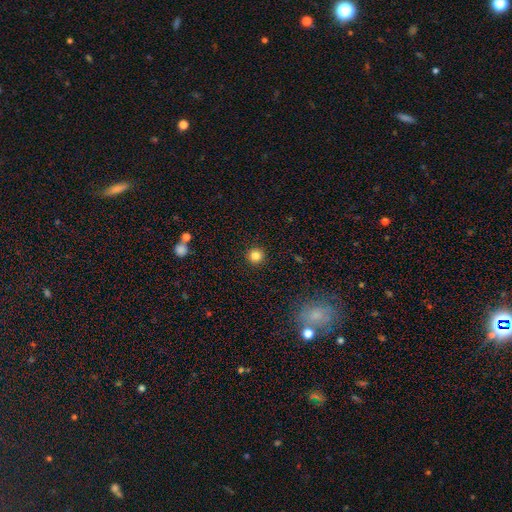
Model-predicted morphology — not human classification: This appears to be a smooth galaxy with no disk features (84%) that is round (95%). Merging: none (92%).